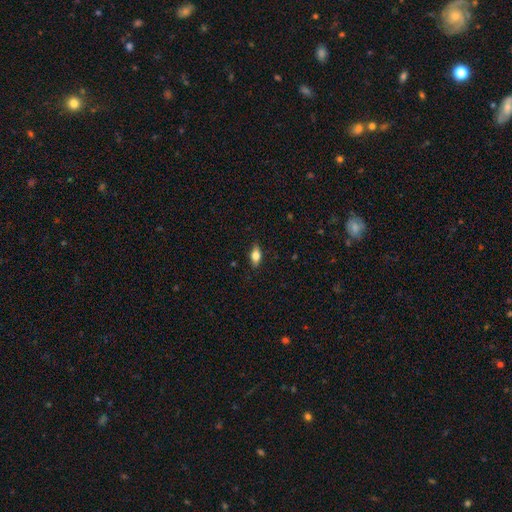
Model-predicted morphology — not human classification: Smooth or featured? Predicted: smooth (p=0.69). How rounded? Predicted: in between (p=0.82). Merging? Predicted: none (p=0.86).